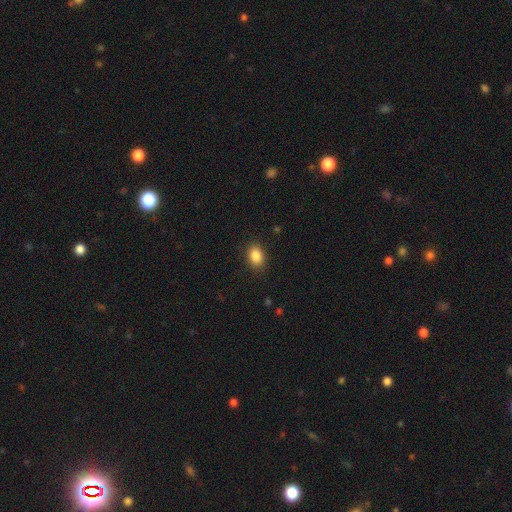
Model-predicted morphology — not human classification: Overall: smooth (87%). How rounded: in between (75%). Merging: none (88%).